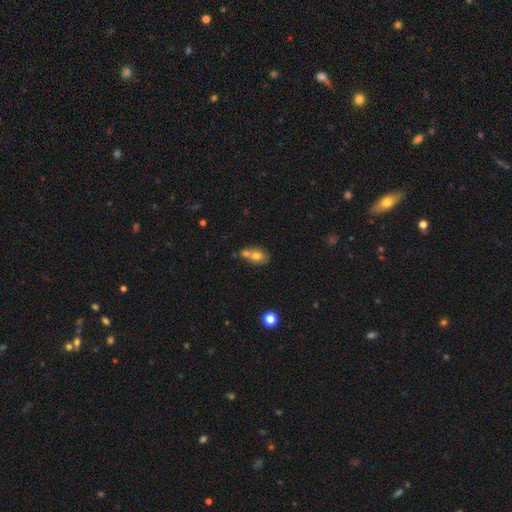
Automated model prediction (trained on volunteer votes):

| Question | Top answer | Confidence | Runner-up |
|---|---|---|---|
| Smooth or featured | smooth | 69% | featured or disk (21%) |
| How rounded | in between | 55% | round (43%) |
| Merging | merger | 54% | none (31%) |